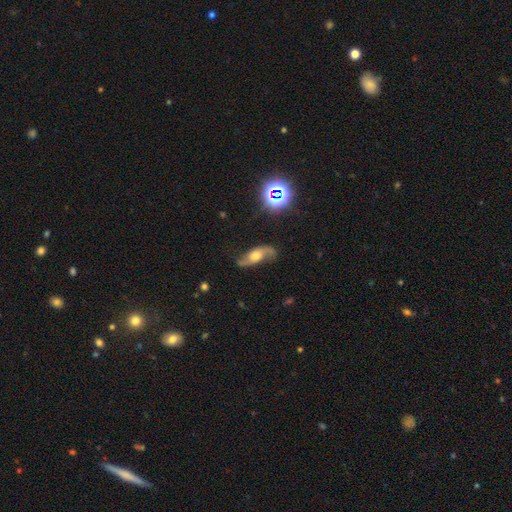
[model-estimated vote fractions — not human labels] smooth_or_featured: featured or disk (p=0.77) [alt: smooth p=0.14]
disk_edge_on: no (p=0.90) [alt: yes p=0.10]
bar: no (p=0.66) [alt: weak p=0.26]
has_spiral_arms: yes (p=0.94) [alt: no p=0.06]
spiral_winding: loose (p=0.74) [alt: medium p=0.21]
spiral_arm_count: 2 (p=0.92) [alt: can't tell p=0.03]
bulge_size: moderate (p=0.62) [alt: small p=0.17]
merging: none (p=0.73) [alt: minor disturbance p=0.18]